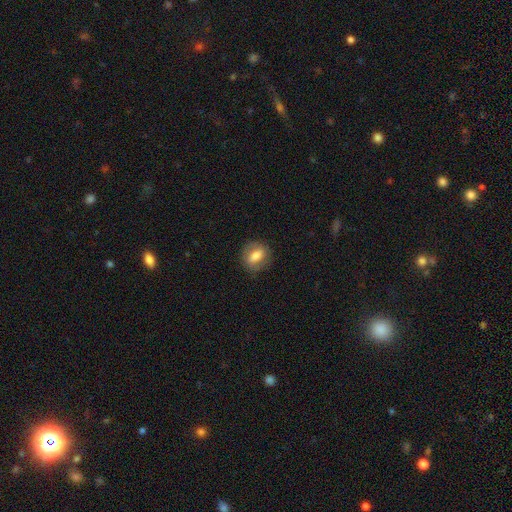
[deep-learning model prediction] Morphology: type=smooth (67%); roundness=in between (57%); merging=none (78%).